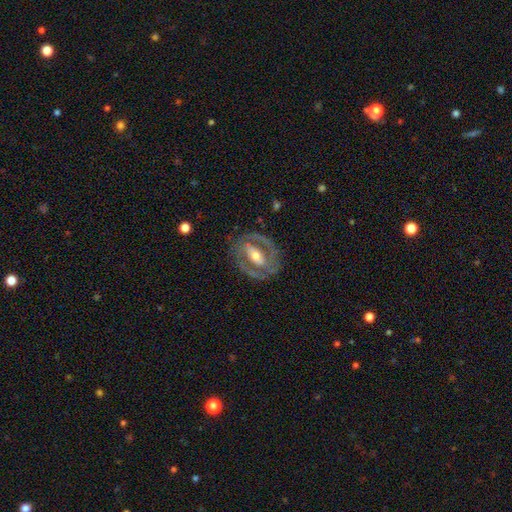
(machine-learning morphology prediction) type=featured or disk (79%); edge-on=no (94%); bar=strong (45%); spiral arms=yes (64%); bulge=moderate (59%); merging=none (77%).